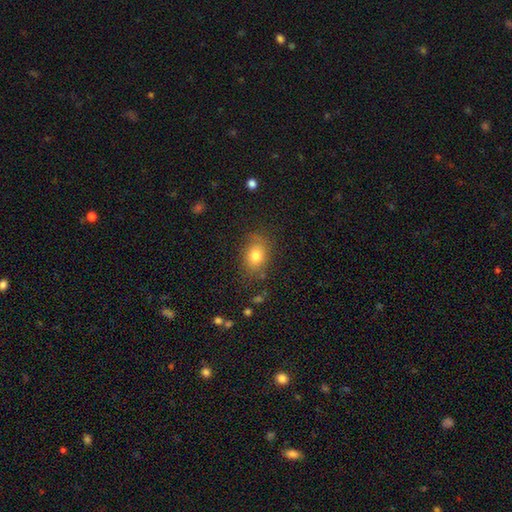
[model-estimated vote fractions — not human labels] Smooth or featured: smooth — 79% (star or artifact — 11%)
How rounded: in between — 67% (round — 32%)
Merging: none — 79% (minor disturbance — 15%)